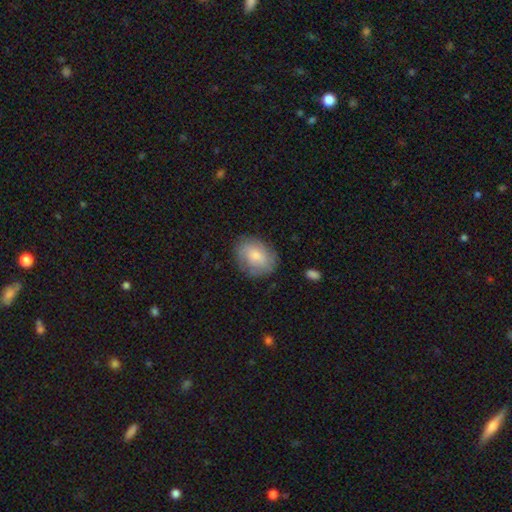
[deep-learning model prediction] Smooth or featured? Predicted: smooth (p=0.58). How rounded? Predicted: in between (p=0.55). Merging? Predicted: none (p=0.77).